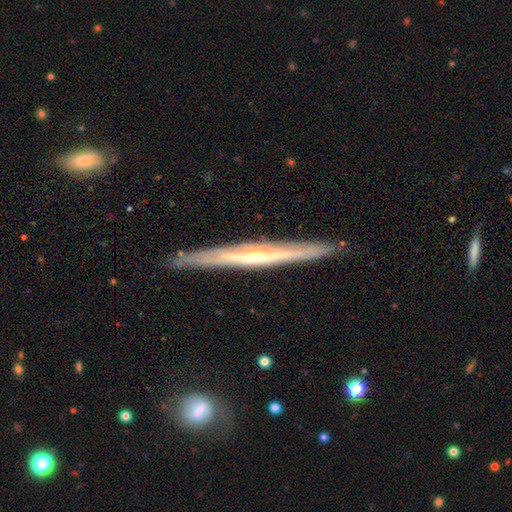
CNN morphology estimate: Smooth or featured? Predicted: featured or disk (p=0.80). Edge-on disk? Predicted: yes (p=0.96). Edge-on bulge? Predicted: rounded (p=0.75). Merging? Predicted: none (p=0.90).